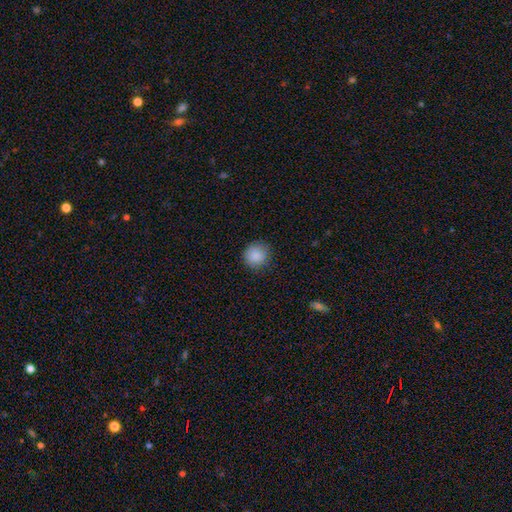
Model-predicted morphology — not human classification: type=smooth (88%); roundness=round (91%); merging=none (86%).